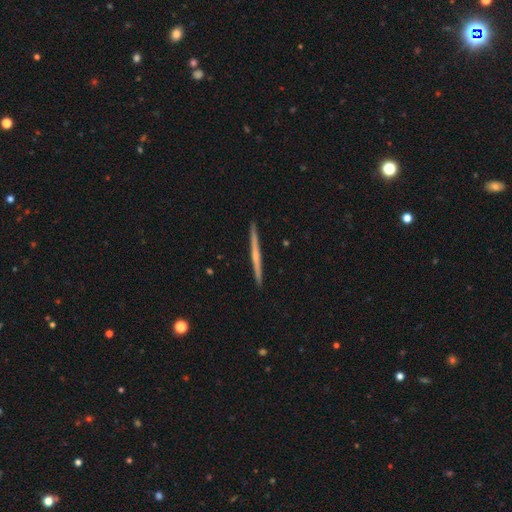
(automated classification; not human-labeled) This appears to be a featured or disk galaxy (64%) viewed edge-on (98%) with no central bulge (59%). Merging: none (93%).